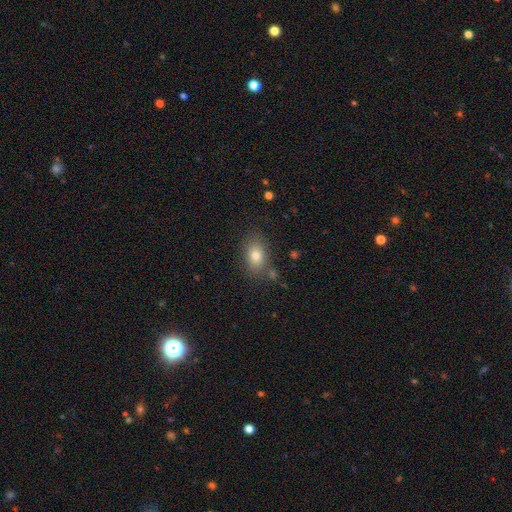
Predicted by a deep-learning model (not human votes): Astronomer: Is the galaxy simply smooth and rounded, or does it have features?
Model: smooth — 77%.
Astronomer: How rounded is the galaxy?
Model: in between — 80%.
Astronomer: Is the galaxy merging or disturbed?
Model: none — 79%.